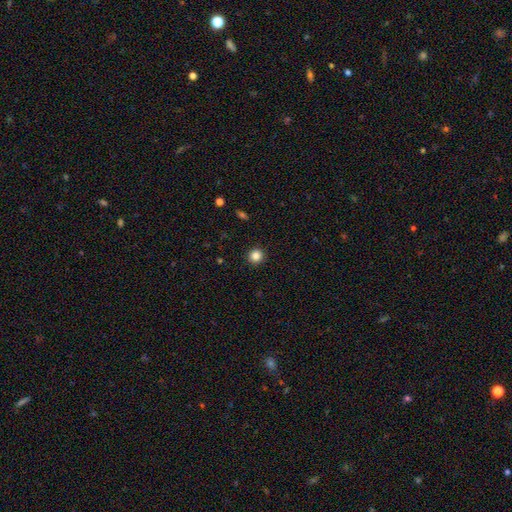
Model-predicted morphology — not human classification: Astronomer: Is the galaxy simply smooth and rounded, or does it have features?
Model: smooth — 85%.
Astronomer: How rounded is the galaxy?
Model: round — 93%.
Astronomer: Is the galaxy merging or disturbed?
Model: none — 93%.